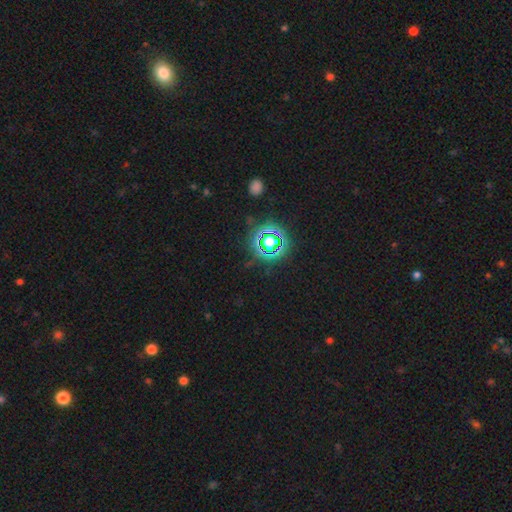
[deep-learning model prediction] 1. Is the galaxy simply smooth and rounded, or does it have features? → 79% star or artifact, 14% smooth, 7% featured or disk.